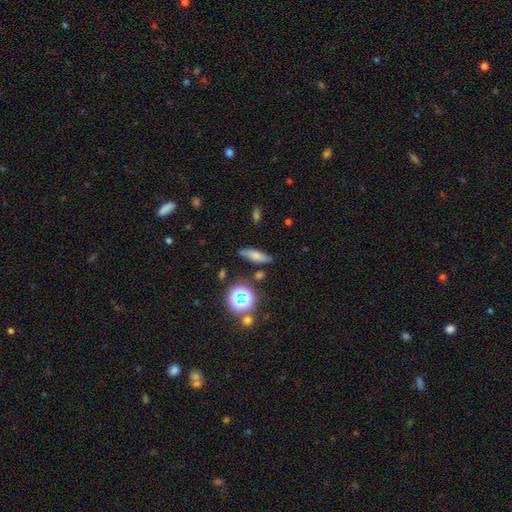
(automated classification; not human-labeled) Overall: smooth (66%). How rounded: cigar-shaped (54%; in between 39%). Merging: none (79%).